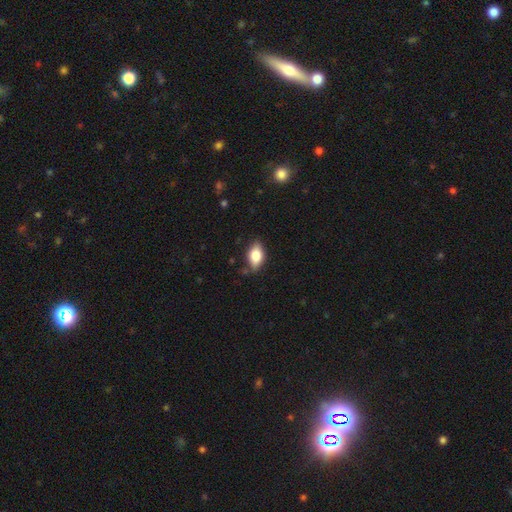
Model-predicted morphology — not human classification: Smooth or featured? Predicted: smooth (p=0.73). How rounded? Predicted: in between (p=0.87). Merging? Predicted: none (p=0.77).